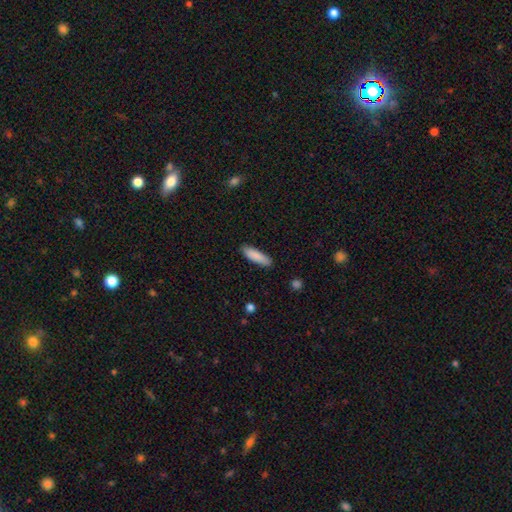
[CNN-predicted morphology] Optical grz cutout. It shows a smooth galaxy with no disk features (87%) that is cigar-shaped (59%). Merging: none (86%).